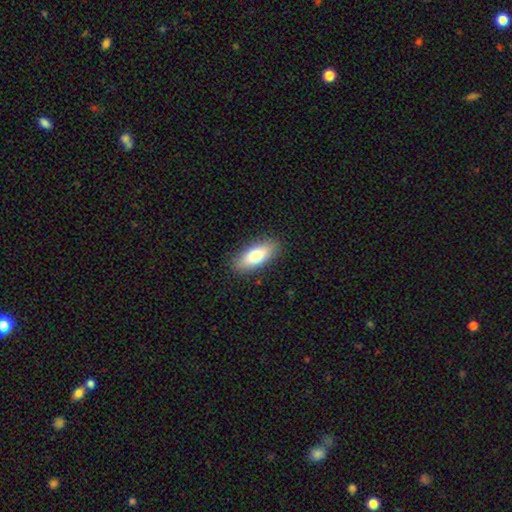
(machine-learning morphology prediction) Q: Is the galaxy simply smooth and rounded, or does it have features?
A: smooth — 75%.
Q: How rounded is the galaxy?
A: in between — 81%.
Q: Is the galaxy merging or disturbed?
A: none — 88%.